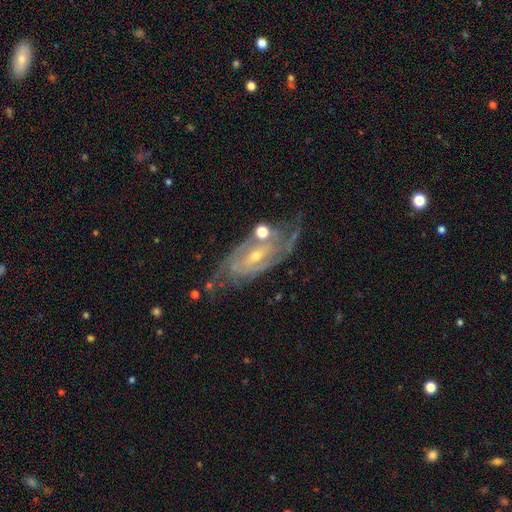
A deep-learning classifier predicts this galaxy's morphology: A featured or disk galaxy (87%) with no bar (42%), 2 (56%) tight (52%) spiral arms (95%) and a small central bulge (56%). Merging: none (62%).